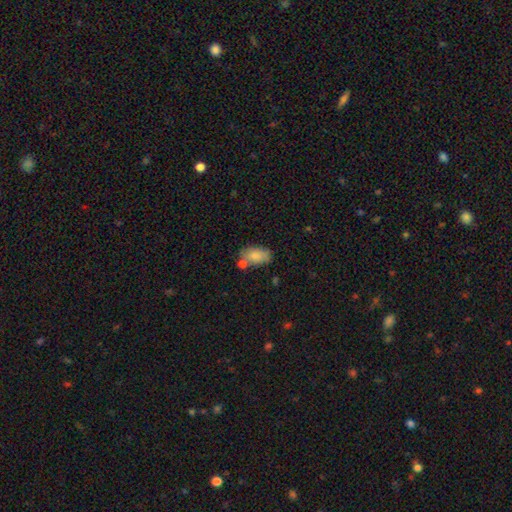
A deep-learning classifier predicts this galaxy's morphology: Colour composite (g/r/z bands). It shows a smooth galaxy with no disk features (81%) that is in between round and cigar-shaped (92%). Merging: none (59%).